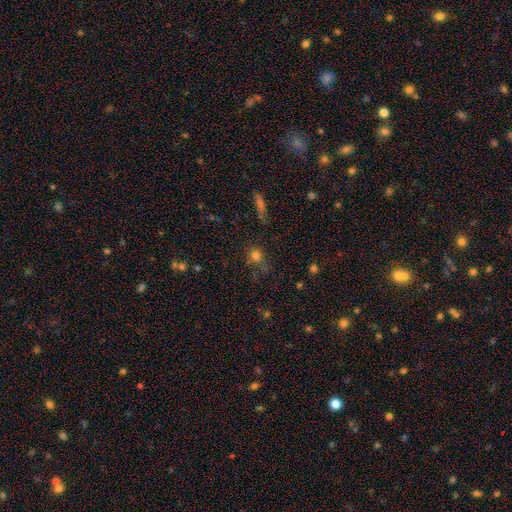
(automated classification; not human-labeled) Morphology: type=smooth (72%); roundness=round (77%); merging=none (66%).